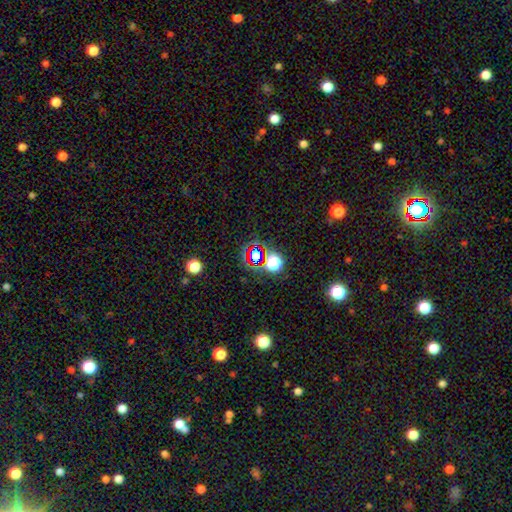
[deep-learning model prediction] star or artifact 62%, smooth 27%, featured or disk 10%.